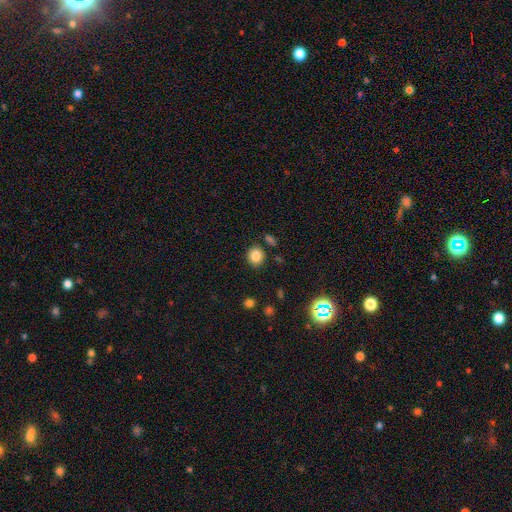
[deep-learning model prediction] The model was most divided on "how rounded": round: 80%, in between: 19%, cigar-shaped: 1%. More confident: merging — none (85%); smooth or featured — smooth (84%).